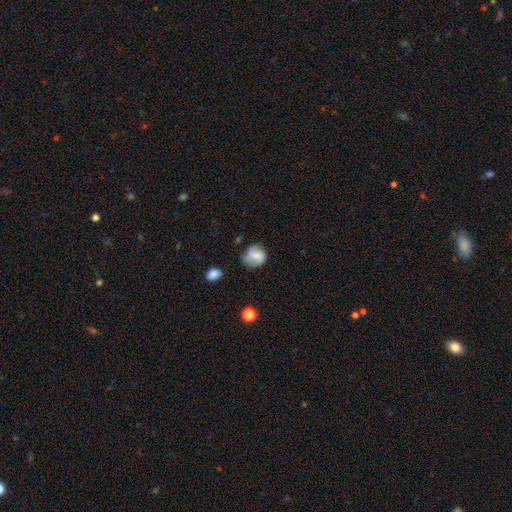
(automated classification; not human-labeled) Q: Smooth or featured?
A: smooth (68%); runner-up: featured or disk (23%)
Q: How rounded?
A: round (76%); runner-up: in between (23%)
Q: Merging?
A: none (57%); runner-up: minor disturbance (29%)